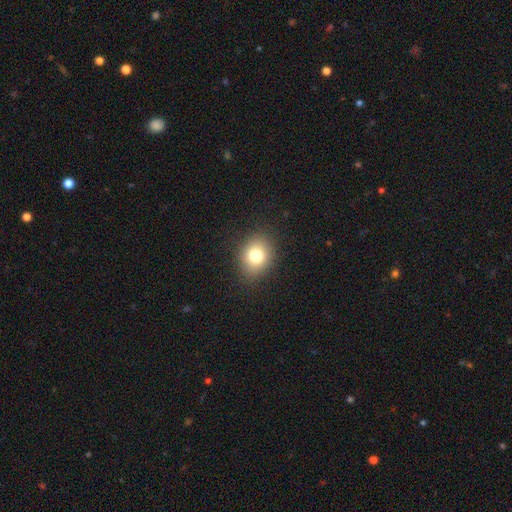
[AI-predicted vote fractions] Morphology: type=smooth (78%); roundness=round (56%); merging=none (87%).